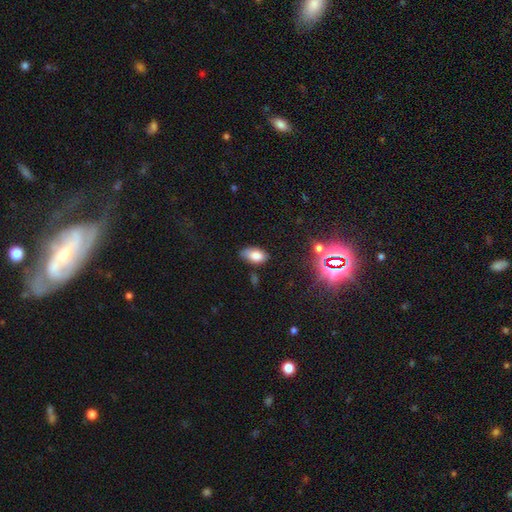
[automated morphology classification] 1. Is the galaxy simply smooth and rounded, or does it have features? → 80% smooth, 11% star or artifact, 9% featured or disk.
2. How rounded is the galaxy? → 93% in between, 5% round, 2% cigar-shaped.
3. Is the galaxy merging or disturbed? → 68% none, 24% minor disturbance, 5% major disturbance, 3% merger.